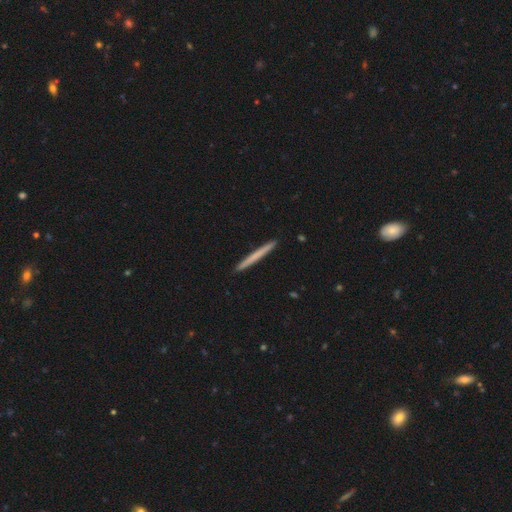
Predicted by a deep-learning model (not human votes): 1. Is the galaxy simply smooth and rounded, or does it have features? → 62% smooth, 33% featured or disk, 5% star or artifact.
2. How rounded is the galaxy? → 97% cigar-shaped, 1% in between, 1% round.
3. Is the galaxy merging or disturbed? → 93% none, 5% minor disturbance, 1% major disturbance, 1% merger.